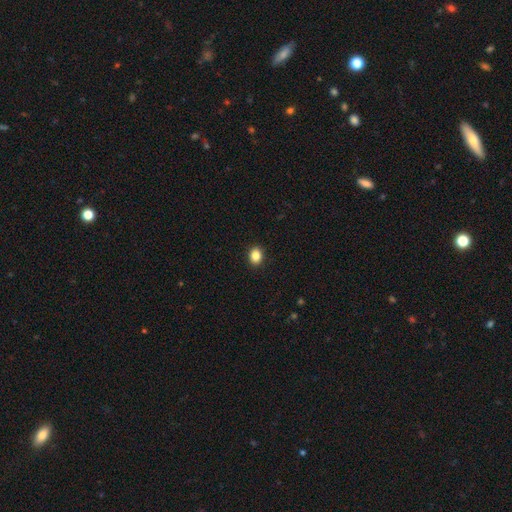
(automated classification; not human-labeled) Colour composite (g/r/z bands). It shows a smooth galaxy with no disk features (86%) that is round (50%). Merging: none (91%).